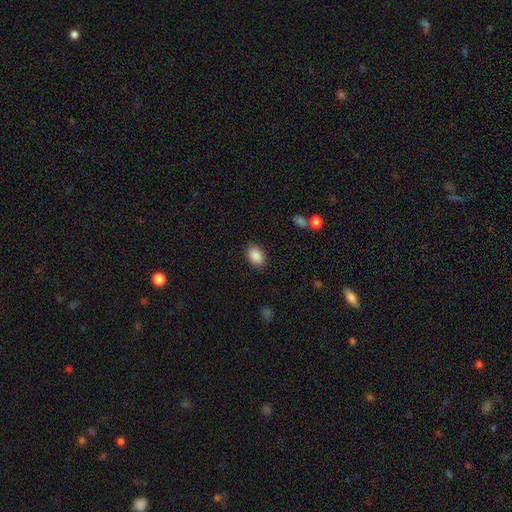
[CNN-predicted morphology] This is clearly a smooth galaxy (89%). How rounded: clearly in between (86%). Merging: clearly none (87%).